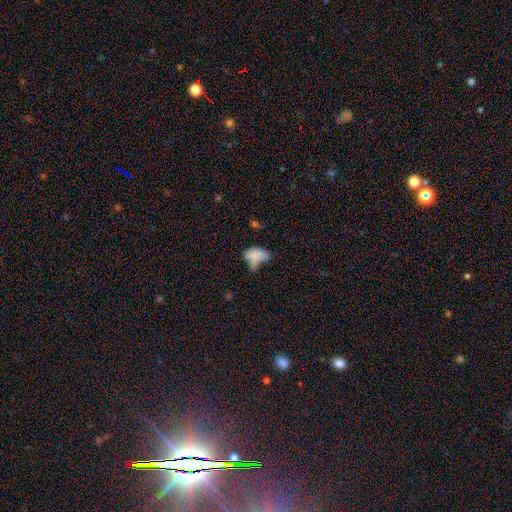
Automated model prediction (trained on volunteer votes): Smooth or featured? Predicted: smooth (p=0.71). How rounded? Predicted: in between (p=0.87). Merging? Predicted: major disturbance (p=0.29).